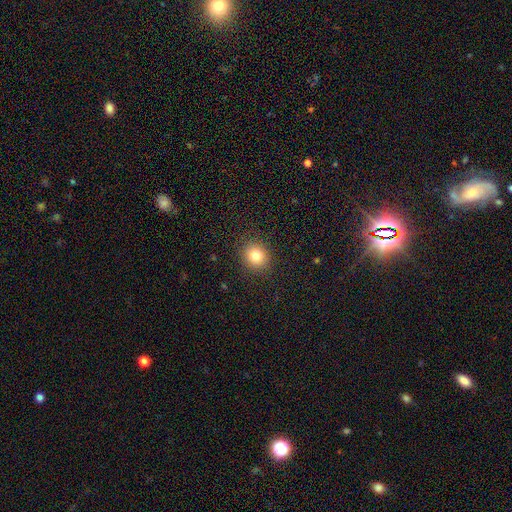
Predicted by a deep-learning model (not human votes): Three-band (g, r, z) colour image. It shows a smooth galaxy with no disk features (80%) that is round (81%). Merging: none (90%).